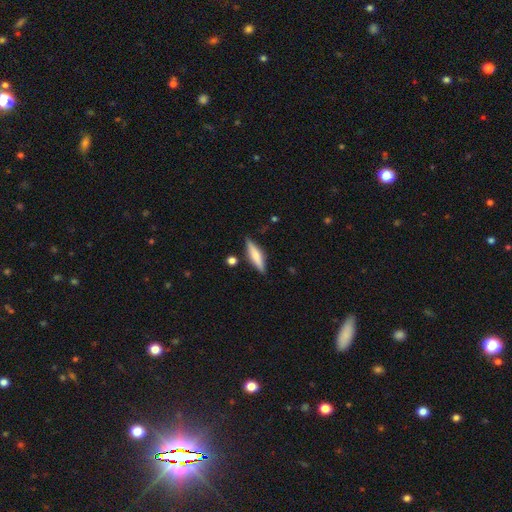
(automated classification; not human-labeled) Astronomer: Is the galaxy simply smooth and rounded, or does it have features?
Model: smooth — 55% (runner-up: featured or disk, 38%).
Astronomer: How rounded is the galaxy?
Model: cigar-shaped — 73%.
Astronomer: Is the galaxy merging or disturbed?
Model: none — 84%.